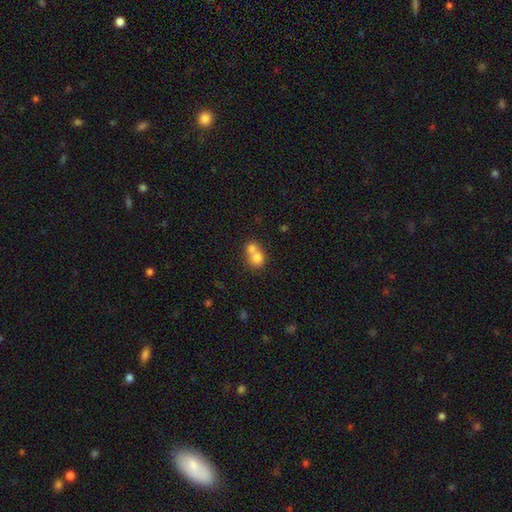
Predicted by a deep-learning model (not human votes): Smooth or featured? Predicted: smooth (p=0.75). How rounded? Predicted: round (p=0.72). Merging? Predicted: merger (p=0.68).